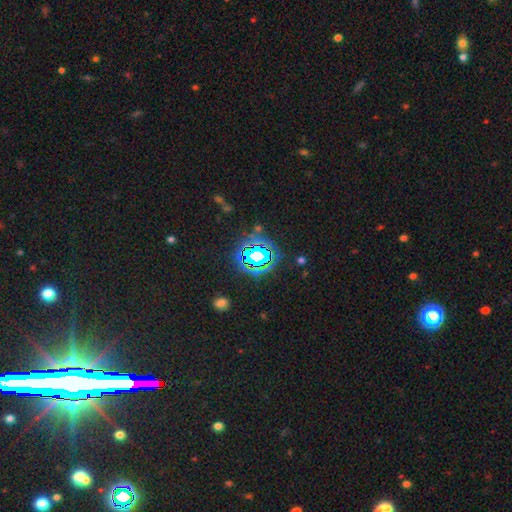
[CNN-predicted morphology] Overall: star or artifact (72%).